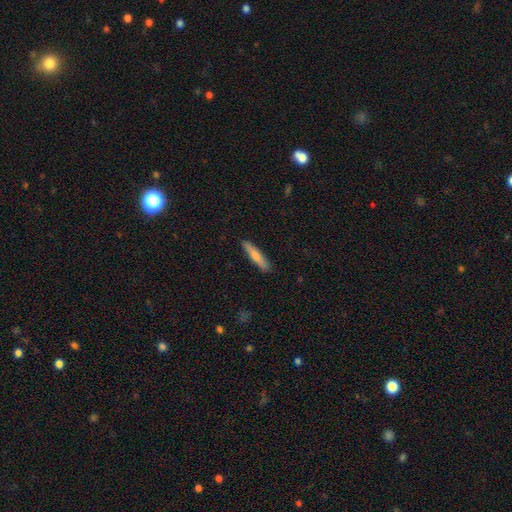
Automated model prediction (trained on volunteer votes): A smooth galaxy with no disk features (72%) that is cigar-shaped (87%).

Vote fractions:
- Smooth or featured? smooth: 72% / featured or disk: 23% / star or artifact: 5%
- How rounded? cigar-shaped: 87% / in between: 12% / round: 1%
- Merging? none: 88% / minor disturbance: 9% / major disturbance: 2% / merger: 1%